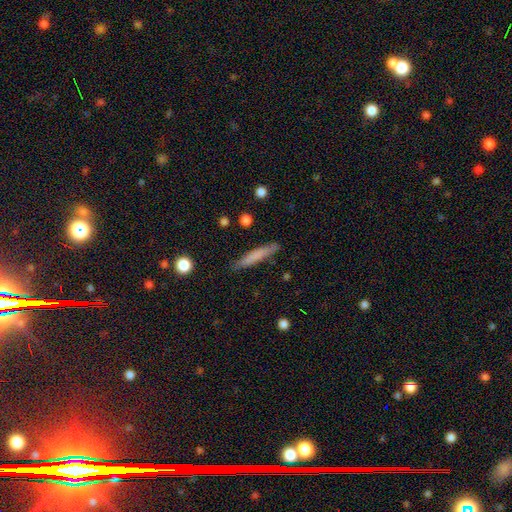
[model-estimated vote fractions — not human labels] smooth_or_featured: smooth (p=0.72) [alt: featured or disk p=0.22]
how_rounded: cigar-shaped (p=0.93) [alt: in between p=0.06]
merging: none (p=0.84) [alt: minor disturbance p=0.12]